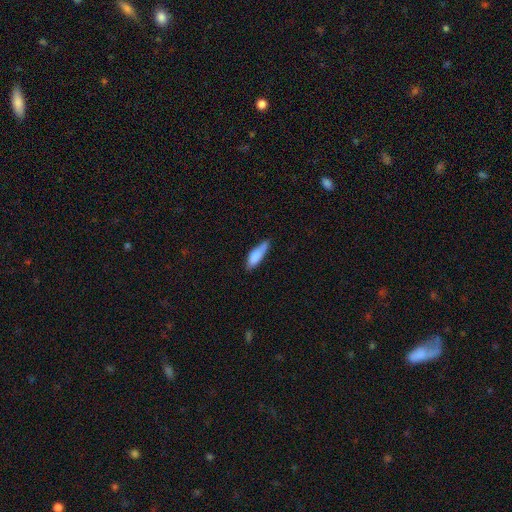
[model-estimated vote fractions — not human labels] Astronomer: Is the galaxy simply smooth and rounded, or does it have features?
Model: smooth — 79%.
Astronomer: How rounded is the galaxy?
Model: in between — 52% (runner-up: cigar-shaped, 46%).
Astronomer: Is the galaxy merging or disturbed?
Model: none — 53% (runner-up: minor disturbance, 37%).